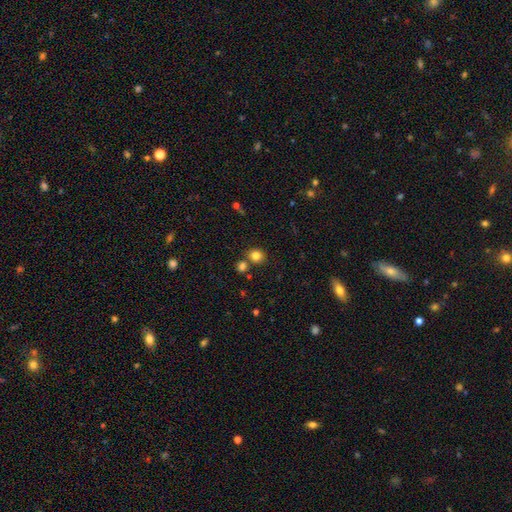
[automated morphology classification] Smooth or featured? smooth (81%)
How rounded? round (84%)
Merging? none (73%)